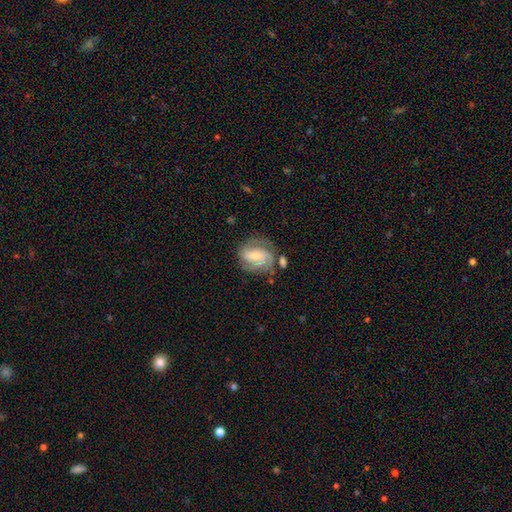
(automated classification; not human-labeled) The model was most divided on "bar": no: 43%, weak: 41%, strong: 17%. Remaining: edge-on disk — no (97%); spiral arms — yes (92%); smooth or featured — featured or disk (74%); merging — none (63%); bulge size — small (51%); spiral winding — tight (44%); spiral arm count — 3 (33%).